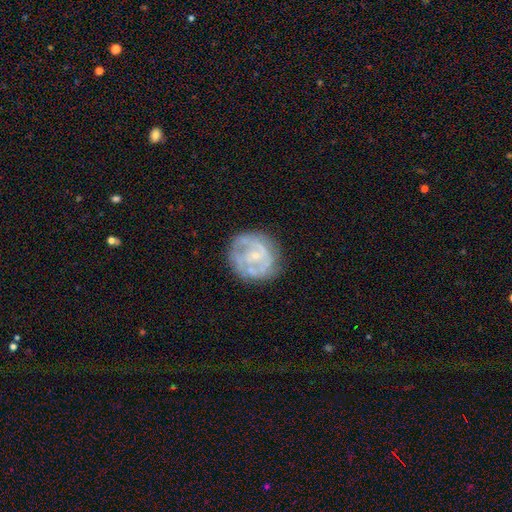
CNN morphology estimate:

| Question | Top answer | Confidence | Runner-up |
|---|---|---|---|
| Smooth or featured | featured or disk | 72% | smooth (22%) |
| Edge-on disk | no | 98% | yes (2%) |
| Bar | no | 70% | weak (24%) |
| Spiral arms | yes | 63% | no (37%) |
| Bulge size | small | 74% | moderate (19%) |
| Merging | none | 69% | minor disturbance (19%) |